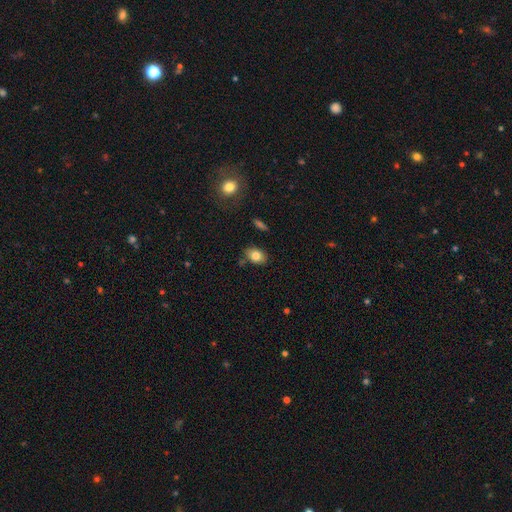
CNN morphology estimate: Smooth or featured: smooth — 81% (featured or disk — 11%)
How rounded: in between — 80% (round — 18%)
Merging: none — 78% (minor disturbance — 14%)